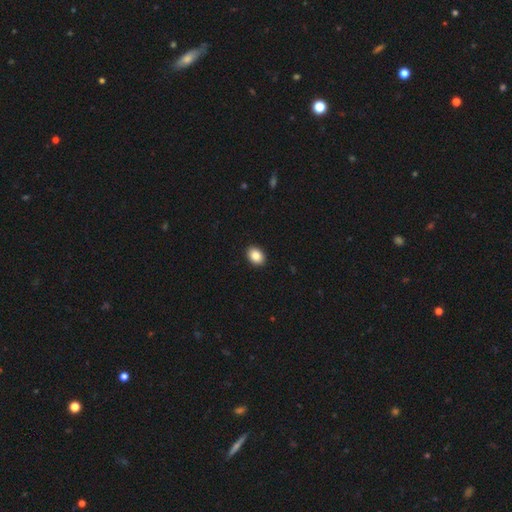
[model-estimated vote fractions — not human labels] smooth-or-featured: smooth: 87% | star or artifact: 8% | featured or disk: 5%
  how-rounded: in between: 70% | round: 29% | cigar-shaped: 1%
  merging: none: 92% | minor disturbance: 6% | major disturbance: 2% | merger: 1%